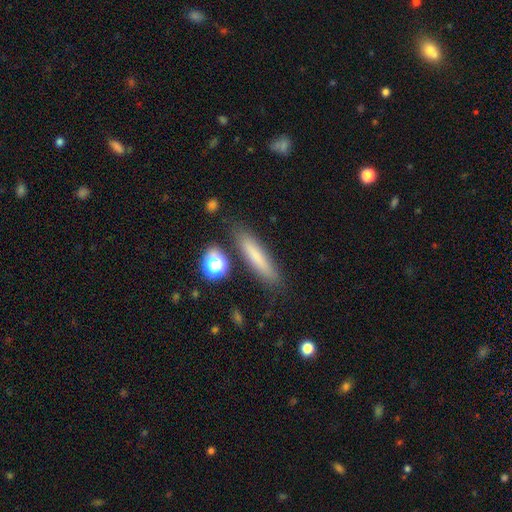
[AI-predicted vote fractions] Smooth or featured? Predicted: smooth (p=0.73). How rounded? Predicted: cigar-shaped (p=0.85). Merging? Predicted: none (p=0.83).